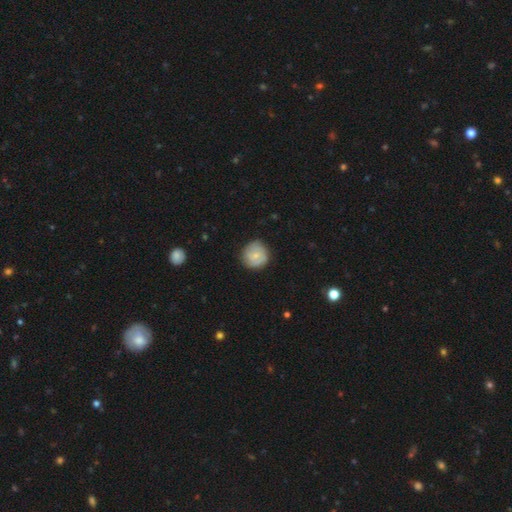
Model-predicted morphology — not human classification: Smooth or featured? Predicted: smooth (p=0.56). How rounded? Predicted: round (p=0.91). Merging? Predicted: none (p=0.80).